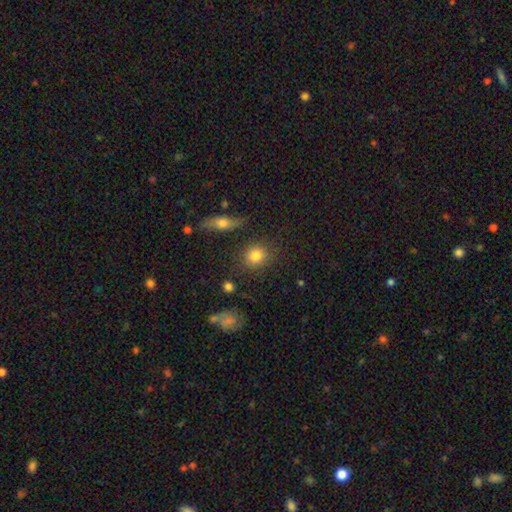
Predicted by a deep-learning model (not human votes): Q: Smooth or featured?
A: smooth (82%); runner-up: star or artifact (10%)
Q: How rounded?
A: round (72%); runner-up: in between (25%)
Q: Merging?
A: none (81%); runner-up: minor disturbance (11%)